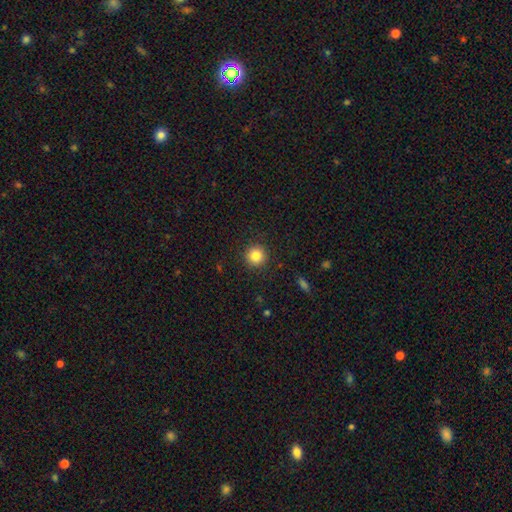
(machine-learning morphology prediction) type=smooth (84%); roundness=round (95%); merging=none (92%).